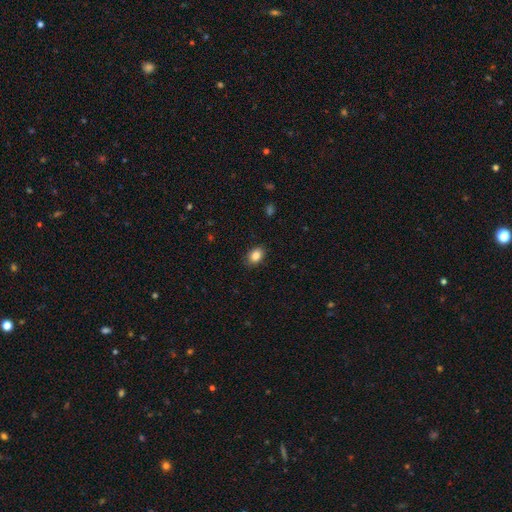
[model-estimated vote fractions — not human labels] Smooth or featured? Predicted: smooth (p=0.86). How rounded? Predicted: in between (p=0.75). Merging? Predicted: none (p=0.87).